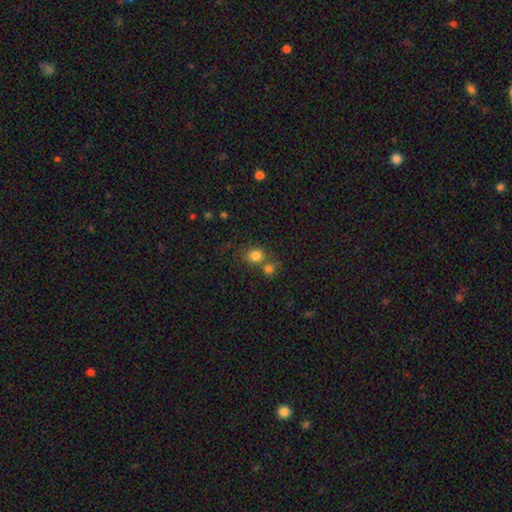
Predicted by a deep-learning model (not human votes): Smooth or featured? smooth (80%)
How rounded? round (82%)
Merging? none (53%)